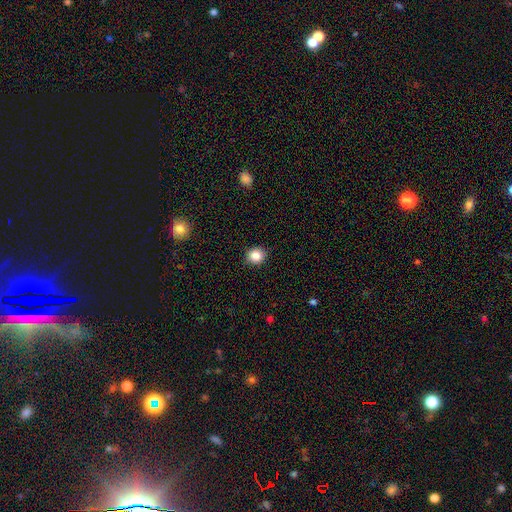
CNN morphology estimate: Overall: smooth (85%). How rounded: round (82%). Merging: none (89%).